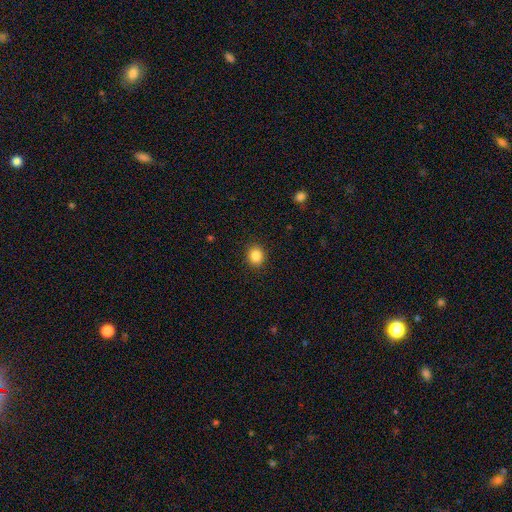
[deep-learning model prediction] smooth-or-featured: smooth: 86% | star or artifact: 10% | featured or disk: 4%
  how-rounded: round: 77% | in between: 22% | cigar-shaped: 1%
  merging: none: 91% | minor disturbance: 6% | major disturbance: 2% | merger: 1%